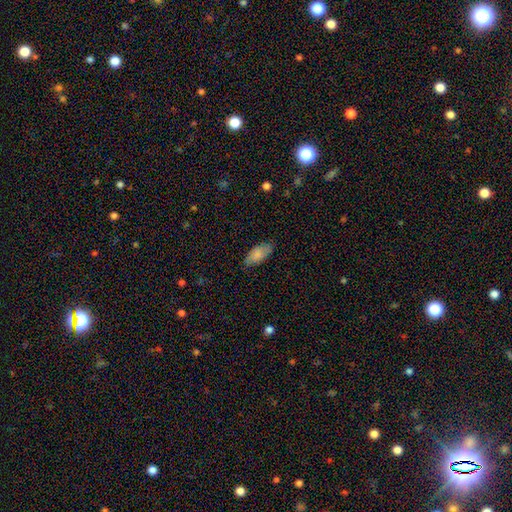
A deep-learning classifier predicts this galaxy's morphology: A smooth galaxy with no disk features (74%) that is in between round and cigar-shaped (86%).

Vote fractions:
- Smooth or featured? smooth: 74% / featured or disk: 17% / star or artifact: 9%
- How rounded? in between: 86% / cigar-shaped: 12% / round: 3%
- Merging? none: 80% / minor disturbance: 16% / major disturbance: 4% / merger: 1%